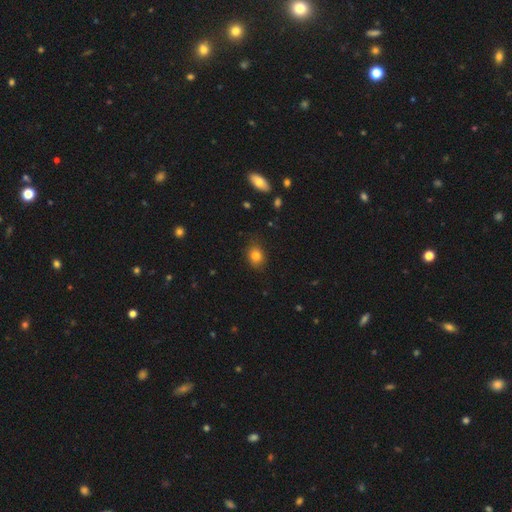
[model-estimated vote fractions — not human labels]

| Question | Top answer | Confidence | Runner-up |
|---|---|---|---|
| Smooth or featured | smooth | 81% | star or artifact (12%) |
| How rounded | round | 52% | in between (47%) |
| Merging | none | 82% | minor disturbance (14%) |